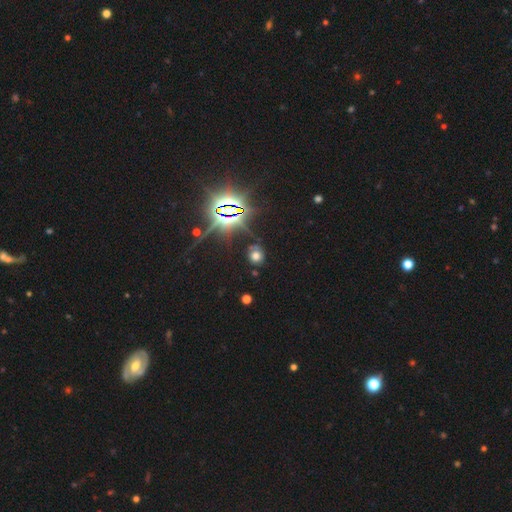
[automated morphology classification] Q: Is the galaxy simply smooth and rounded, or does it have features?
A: smooth — 51%.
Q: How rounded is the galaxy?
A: round — 75%.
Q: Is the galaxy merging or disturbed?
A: none — 75%.